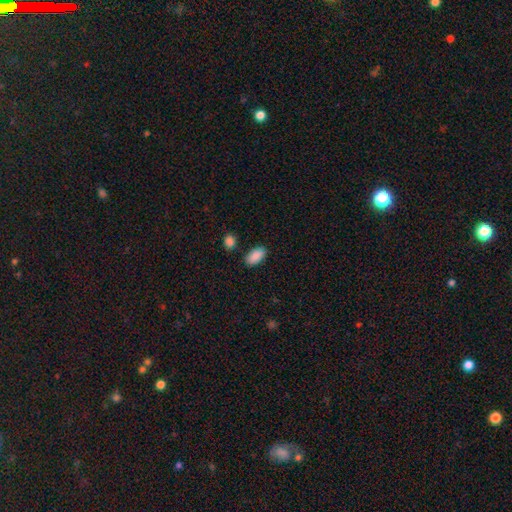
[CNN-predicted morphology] type=smooth (90%); roundness=in between (94%); merging=none (82%).